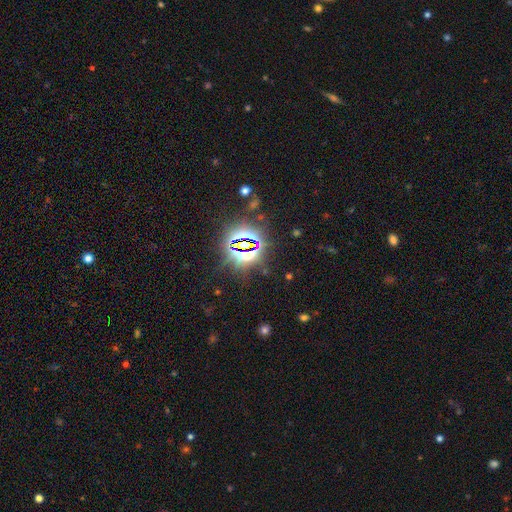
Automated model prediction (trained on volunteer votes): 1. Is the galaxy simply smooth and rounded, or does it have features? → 81% star or artifact, 11% smooth, 8% featured or disk.